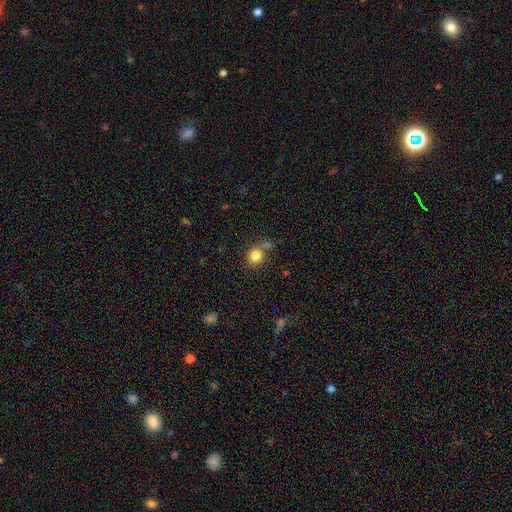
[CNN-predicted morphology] smooth 83%, star or artifact 11%, featured or disk 6%. Down the decision tree: how rounded — round (83%); merging — none (66%).